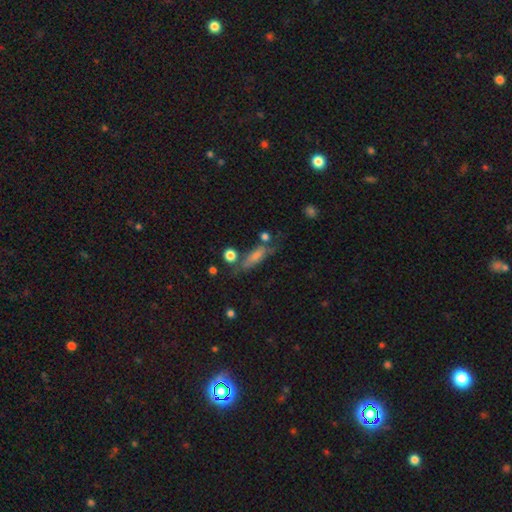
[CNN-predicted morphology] type=smooth (54%); roundness=cigar-shaped (55%); merging=none (58%).